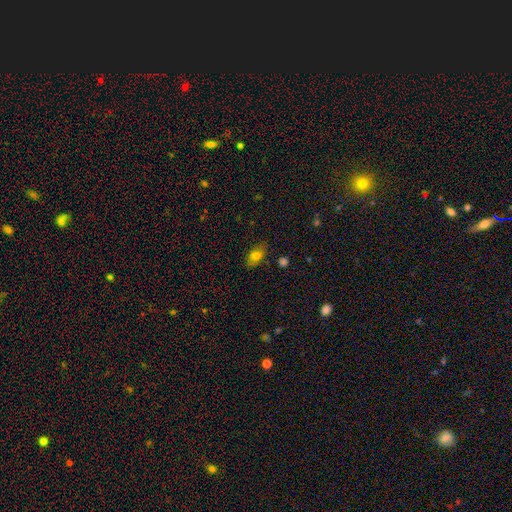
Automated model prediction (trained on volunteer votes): A smooth galaxy with no disk features (76%) that is in between round and cigar-shaped (88%).

Vote fractions:
- Smooth or featured? smooth: 76% / featured or disk: 14% / star or artifact: 10%
- How rounded? in between: 88% / round: 8% / cigar-shaped: 4%
- Merging? none: 80% / minor disturbance: 15% / major disturbance: 4% / merger: 2%